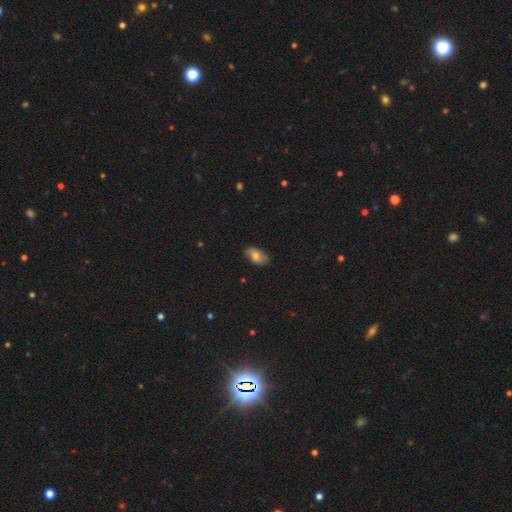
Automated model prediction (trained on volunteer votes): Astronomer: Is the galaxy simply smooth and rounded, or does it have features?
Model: smooth — 70%.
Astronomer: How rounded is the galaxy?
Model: in between — 92%.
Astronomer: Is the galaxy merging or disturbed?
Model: none — 80%.